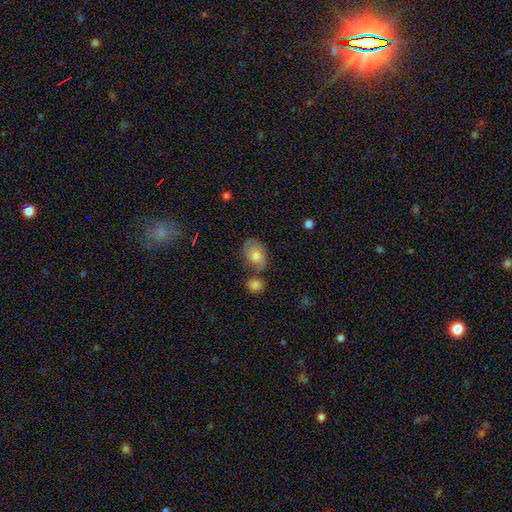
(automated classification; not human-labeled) Smooth or featured? Predicted: smooth (p=0.53). How rounded? Predicted: in between (p=0.72). Merging? Predicted: none (p=0.46).